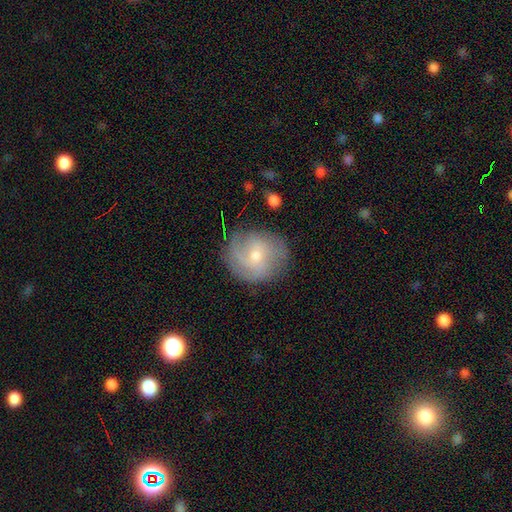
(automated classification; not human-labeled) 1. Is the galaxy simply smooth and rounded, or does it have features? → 58% featured or disk, 33% smooth, 8% star or artifact.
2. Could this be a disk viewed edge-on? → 97% no, 3% yes.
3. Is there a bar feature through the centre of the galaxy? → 56% no, 38% weak, 6% strong.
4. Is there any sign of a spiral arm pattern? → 85% yes, 15% no.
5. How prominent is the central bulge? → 51% small, 45% moderate, 2% large, 2% none, 1% dominant.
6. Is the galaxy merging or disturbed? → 74% none, 18% minor disturbance, 6% major disturbance, 1% merger.